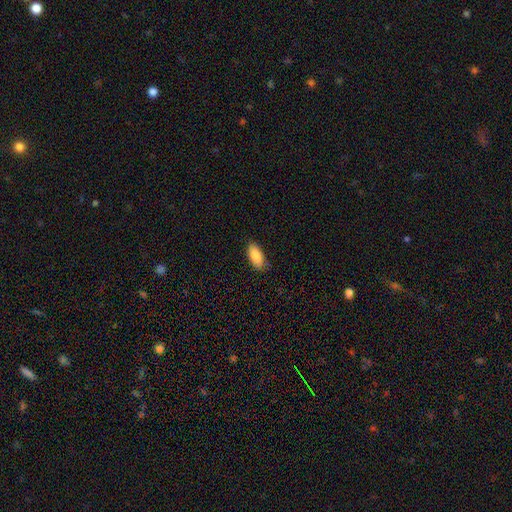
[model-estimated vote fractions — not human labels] smooth 89%, star or artifact 6%, featured or disk 5%. Down the decision tree: how rounded — in between (89%); merging — none (80%).